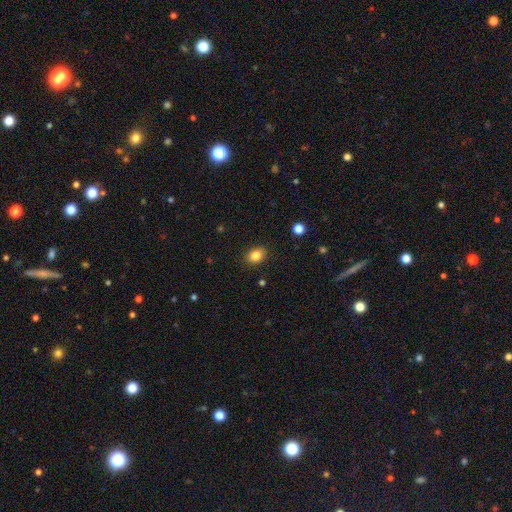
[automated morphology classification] This appears to be a smooth galaxy with no disk features (84%) that is in between round and cigar-shaped (66%). Merging: none (87%).